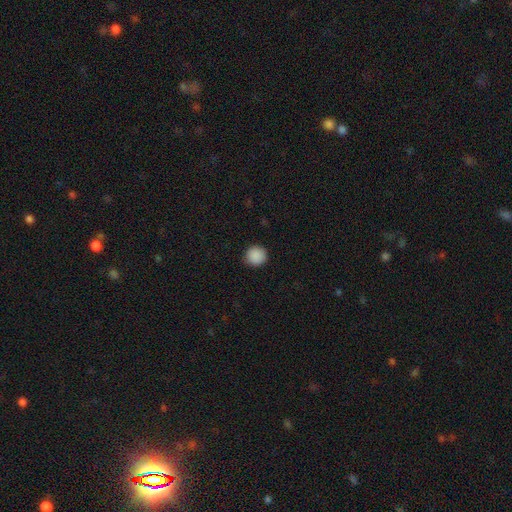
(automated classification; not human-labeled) This is clearly a smooth galaxy (90%). How rounded: clearly round (95%). Merging: clearly none (91%).